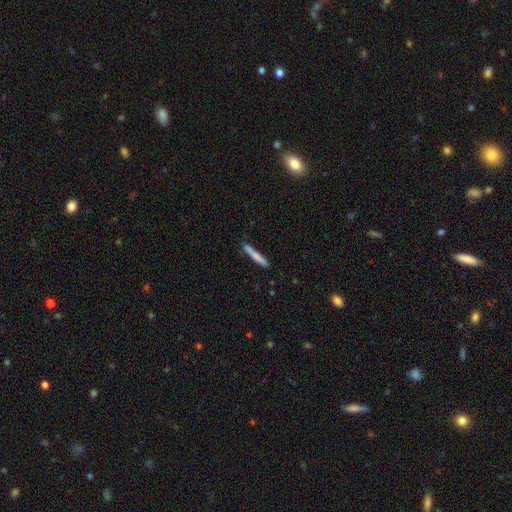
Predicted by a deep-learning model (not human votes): Smooth or featured? smooth (75%)
How rounded? cigar-shaped (95%)
Merging? none (85%)